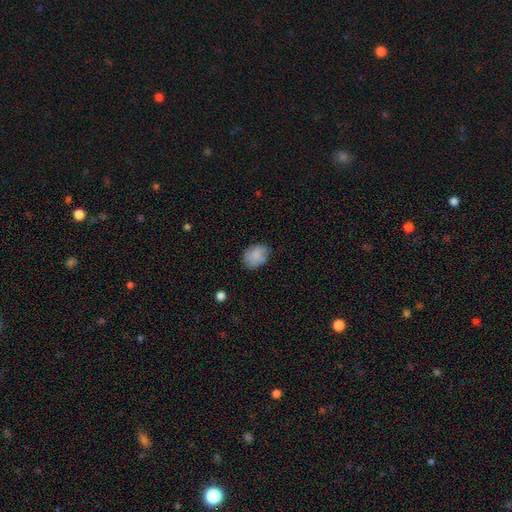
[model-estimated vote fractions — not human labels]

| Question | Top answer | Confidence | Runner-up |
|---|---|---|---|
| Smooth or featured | smooth | 81% | featured or disk (11%) |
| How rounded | in between | 67% | round (32%) |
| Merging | none | 68% | minor disturbance (24%) |